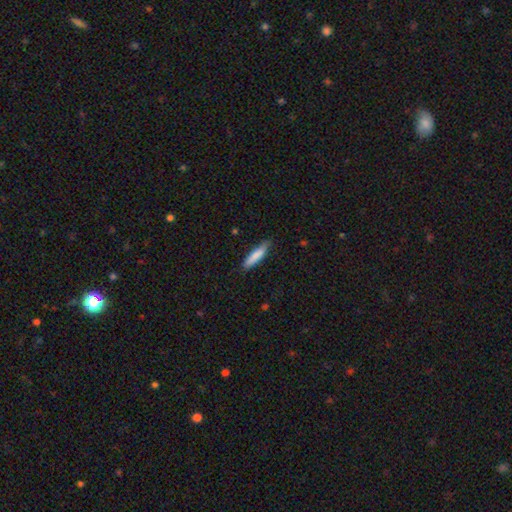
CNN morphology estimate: Smooth or featured: smooth — 82% (featured or disk — 13%)
How rounded: cigar-shaped — 79% (in between — 20%)
Merging: none — 81% (minor disturbance — 15%)